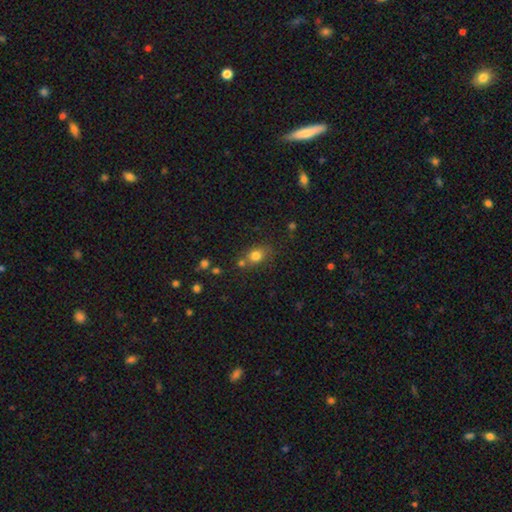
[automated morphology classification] A smooth galaxy with no disk features (78%) that is in between round and cigar-shaped (53%).

Vote fractions:
- Smooth or featured? smooth: 78% / star or artifact: 12% / featured or disk: 9%
- How rounded? in between: 53% / round: 45% / cigar-shaped: 2%
- Merging? none: 62% / merger: 17% / minor disturbance: 16% / major disturbance: 5%